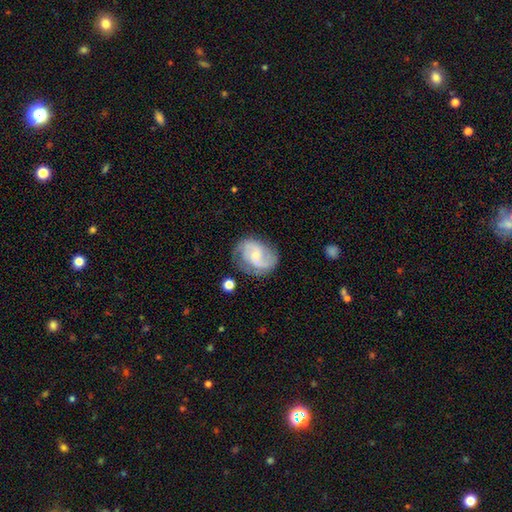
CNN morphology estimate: A featured or disk galaxy (77%) with no bar (47%), 2 (83%) medium (49%) spiral arms (94%) and a small central bulge (58%). Merging: none (72%).